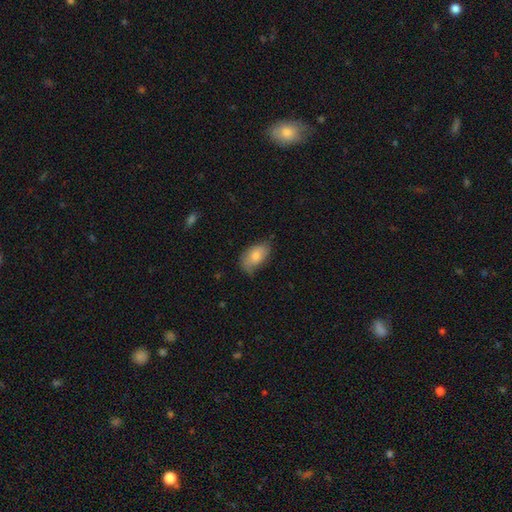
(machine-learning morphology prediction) Smooth or featured: smooth — 76% (featured or disk — 18%)
How rounded: in between — 93% (round — 5%)
Merging: none — 54% (minor disturbance — 35%)